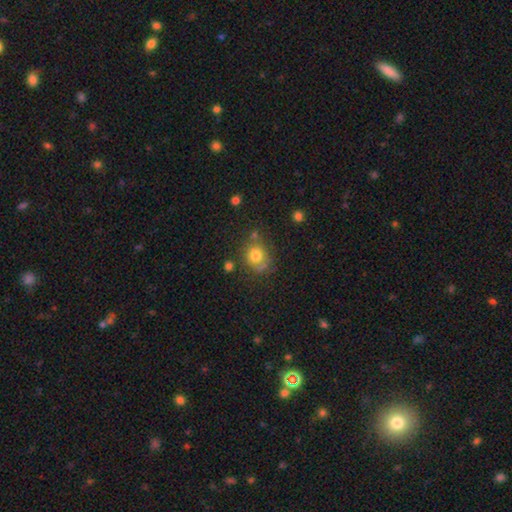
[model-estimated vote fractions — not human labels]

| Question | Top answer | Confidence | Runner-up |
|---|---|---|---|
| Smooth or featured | smooth | 74% | featured or disk (14%) |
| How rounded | round | 72% | in between (27%) |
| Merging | none | 61% | minor disturbance (21%) |